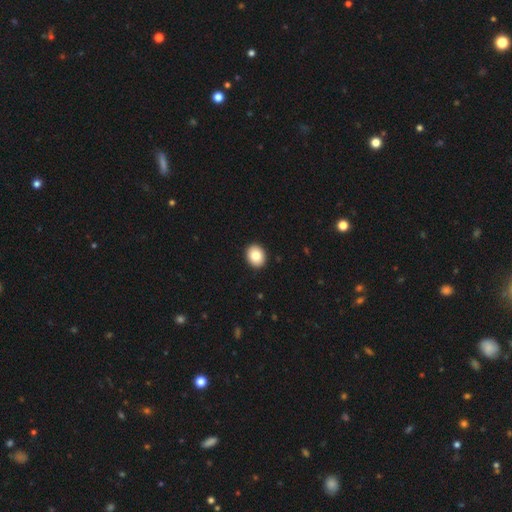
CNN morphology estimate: A smooth galaxy with no disk features (83%) that is round (55%). Merging: none (92%).